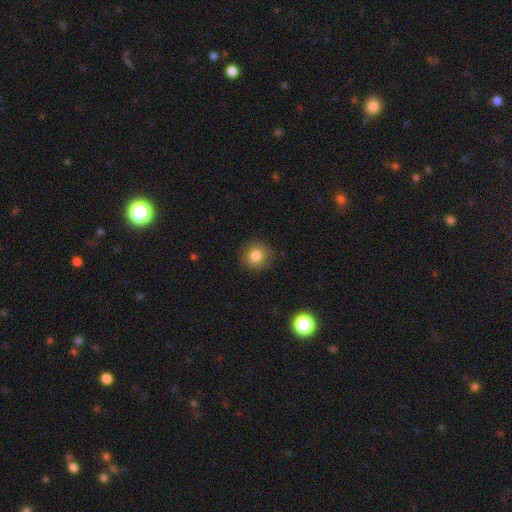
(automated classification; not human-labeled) The model was most divided on "smooth or featured": smooth: 82%, star or artifact: 11%, featured or disk: 8%. More confident: how rounded — round (91%); merging — none (89%).